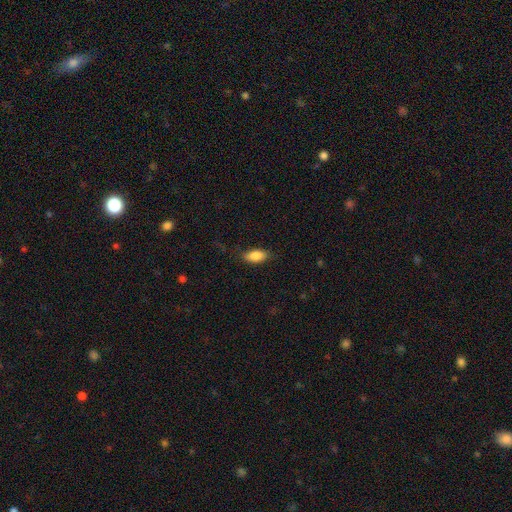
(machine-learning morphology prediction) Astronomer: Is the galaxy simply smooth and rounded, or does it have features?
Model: smooth — 86%.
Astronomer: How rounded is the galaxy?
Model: in between — 89%.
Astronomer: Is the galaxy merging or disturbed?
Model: none — 81%.